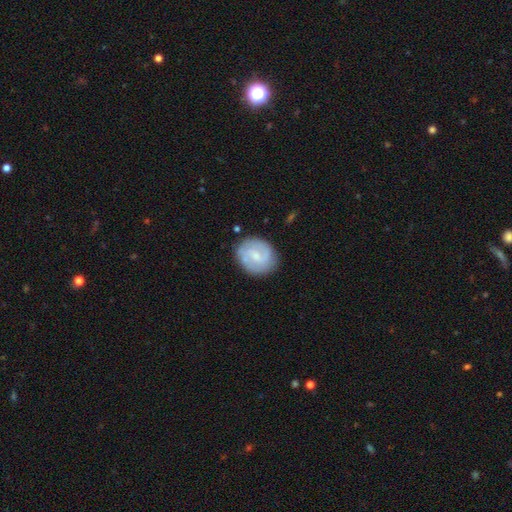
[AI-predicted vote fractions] A featured or disk galaxy (64%) with a weak bar (53%), 2 (65%) medium (44%) spiral arms (88%) and a small central bulge (50%). Merging: none (78%).